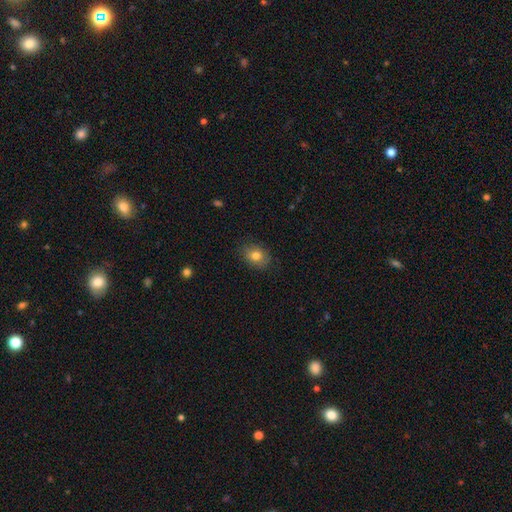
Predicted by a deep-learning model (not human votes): Smooth or featured? smooth (80%)
How rounded? in between (57%)
Merging? none (84%)